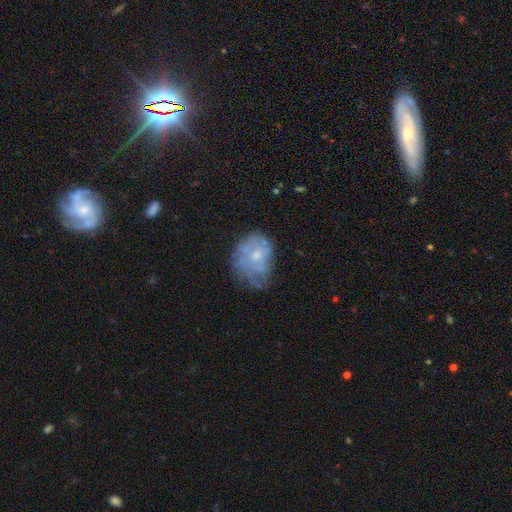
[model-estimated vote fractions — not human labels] Morphology: type=featured or disk (53%); edge-on=no (98%); bar=no (81%); spiral arms=no (57%); bulge=small (45%); merging=none (38%).